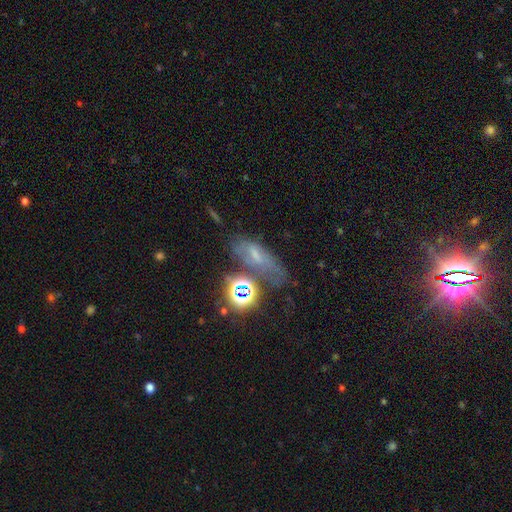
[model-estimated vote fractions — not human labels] smooth-or-featured: smooth: 34% (tied) | star or artifact: 34% (tied) | featured or disk: 32%
  merging: none: 50% | minor disturbance: 23% | major disturbance: 16% | merger: 11%